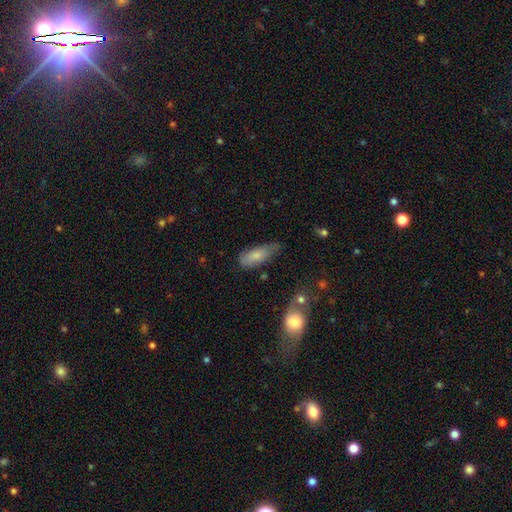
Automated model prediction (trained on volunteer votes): Smooth or featured? smooth (77%)
How rounded? in between (76%)
Merging? none (43%)